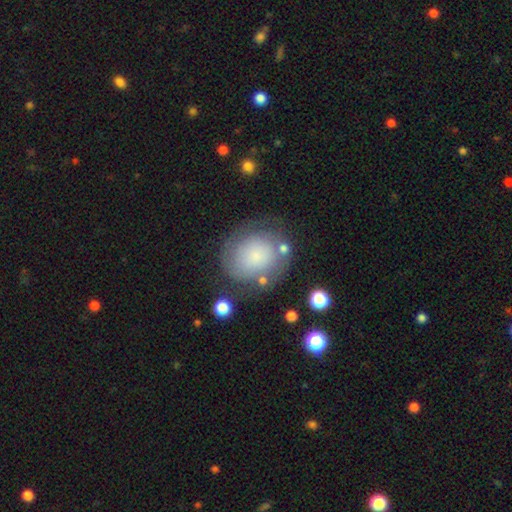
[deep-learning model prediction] Morphology: type=smooth (56%); roundness=round (71%); merging=none (68%).